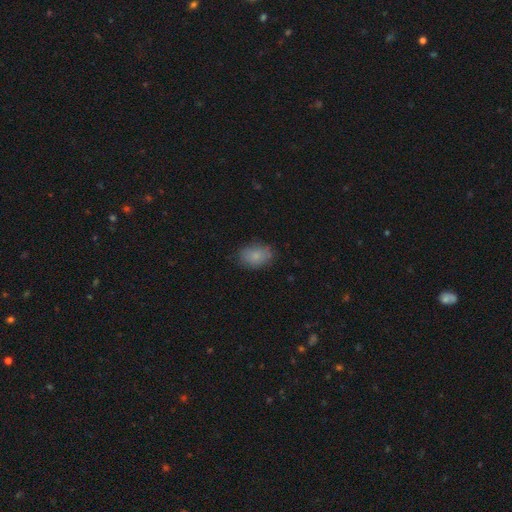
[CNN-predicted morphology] Smooth or featured: smooth — 84% (star or artifact — 8%)
How rounded: in between — 79% (round — 19%)
Merging: none — 78% (minor disturbance — 17%)